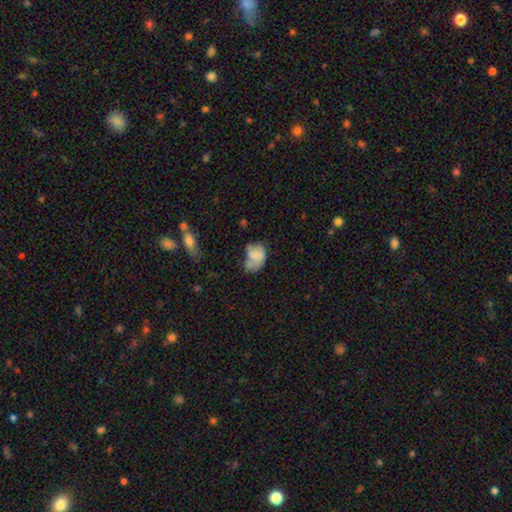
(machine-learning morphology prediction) Smooth or featured? Predicted: smooth (p=0.67). How rounded? Predicted: in between (p=0.75). Merging? Predicted: minor disturbance (p=0.32).